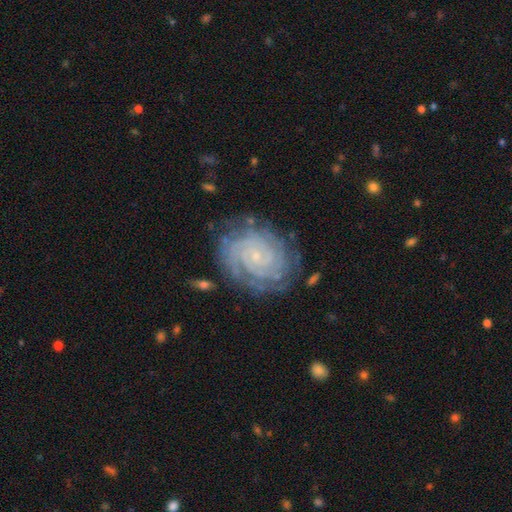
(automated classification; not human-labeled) Smooth or featured? featured or disk (89%)
Edge-on disk? no (98%)
Bar? no (73%)
Spiral arms? yes (98%)
Spiral winding? tight (86%)
Spiral arm count? 2 (27%)
Bulge size? small (85%)
Merging? none (79%)